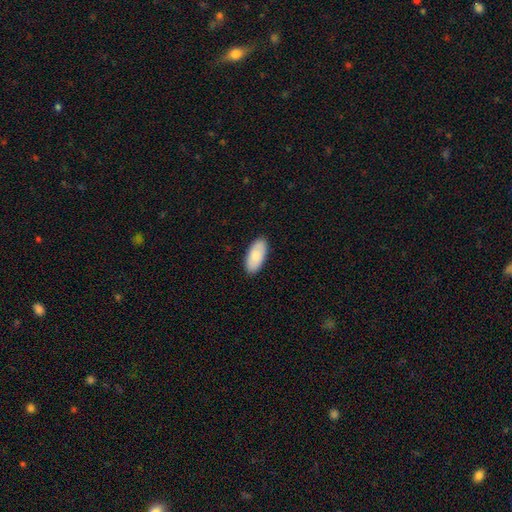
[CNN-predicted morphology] type=smooth (81%); roundness=in between (93%); merging=none (89%).